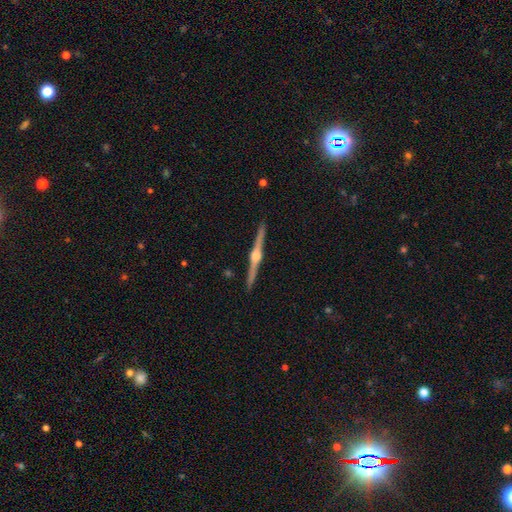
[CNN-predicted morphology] Smooth or featured: featured or disk — 87% (smooth — 8%)
Edge-on disk: yes — 99% (no — 1%)
Edge-on bulge: rounded — 94% (boxy — 4%)
Merging: none — 92% (minor disturbance — 5%)